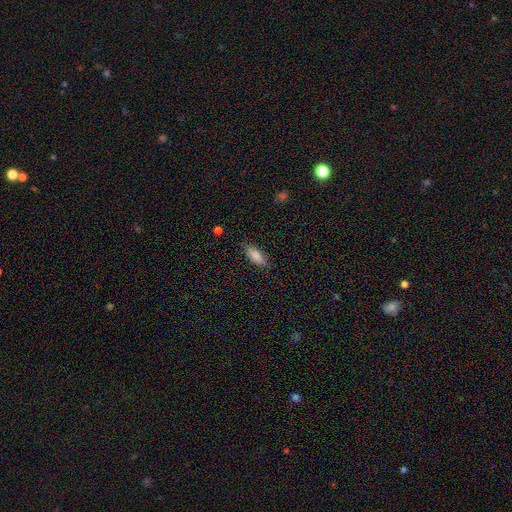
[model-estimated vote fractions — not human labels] A smooth galaxy with no disk features (84%) that is in between round and cigar-shaped (76%). Merging: none (78%).